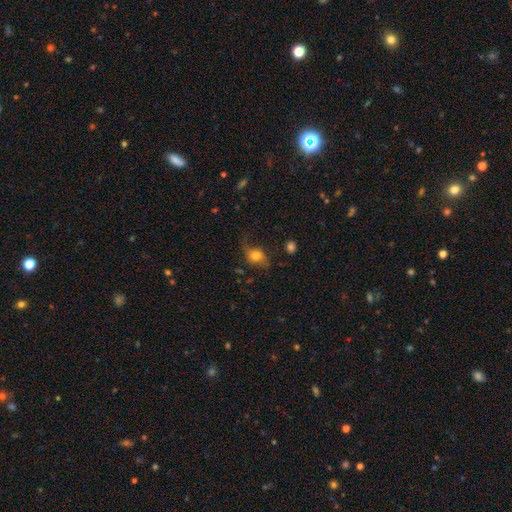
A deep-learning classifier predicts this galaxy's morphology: Q: Smooth or featured?
A: smooth (74%); runner-up: featured or disk (16%)
Q: How rounded?
A: round (51%); runner-up: in between (48%)
Q: Merging?
A: none (60%); runner-up: minor disturbance (25%)